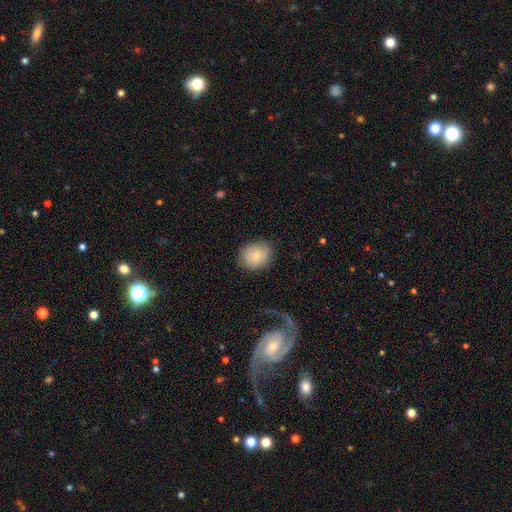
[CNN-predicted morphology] smooth 73%, featured or disk 19%, star or artifact 7%. Down the decision tree: how rounded — round (67%); merging — none (75%).